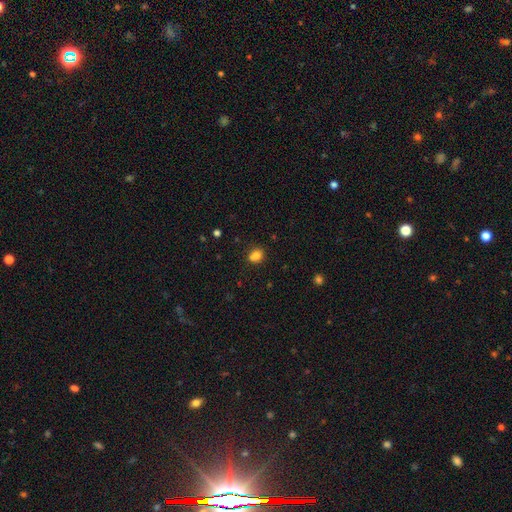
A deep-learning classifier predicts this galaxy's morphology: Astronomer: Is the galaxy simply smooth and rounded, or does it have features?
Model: smooth — 80%.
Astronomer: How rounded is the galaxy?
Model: round — 55% (runner-up: in between, 44%).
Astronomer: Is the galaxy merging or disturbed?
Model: none — 63%.